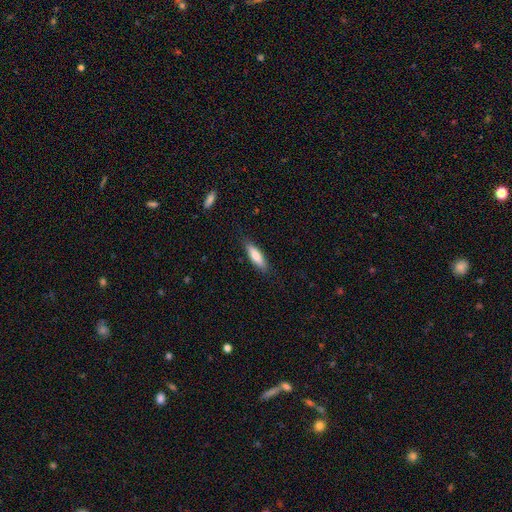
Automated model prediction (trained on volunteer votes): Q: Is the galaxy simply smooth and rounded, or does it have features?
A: smooth — 78%.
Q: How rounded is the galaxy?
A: cigar-shaped — 61%.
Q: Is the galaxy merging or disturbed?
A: none — 85%.